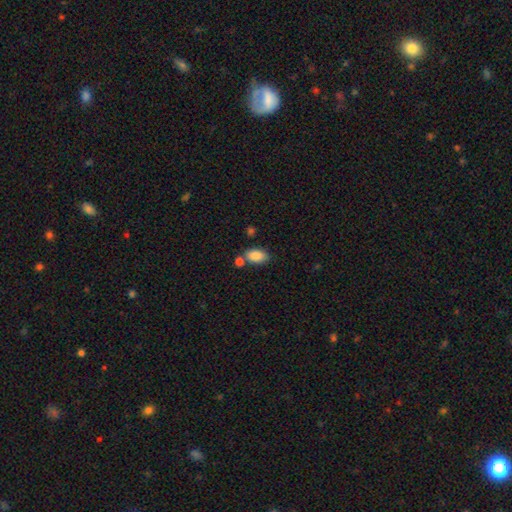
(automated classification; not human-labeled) Smooth or featured?
  - smooth: 87% *
  - star or artifact: 8%
  - featured or disk: 5%
How rounded?
  - in between: 90% *
  - round: 8%
  - cigar-shaped: 2%
Merging?
  - none: 64% *
  - merger: 18%
  - minor disturbance: 15%
  - major disturbance: 4%